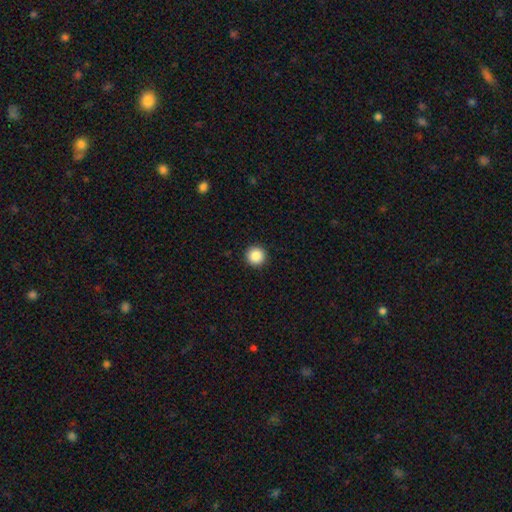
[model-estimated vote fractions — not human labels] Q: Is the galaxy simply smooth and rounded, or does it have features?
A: smooth — 87%.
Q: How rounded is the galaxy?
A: round — 96%.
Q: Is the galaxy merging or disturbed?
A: none — 94%.